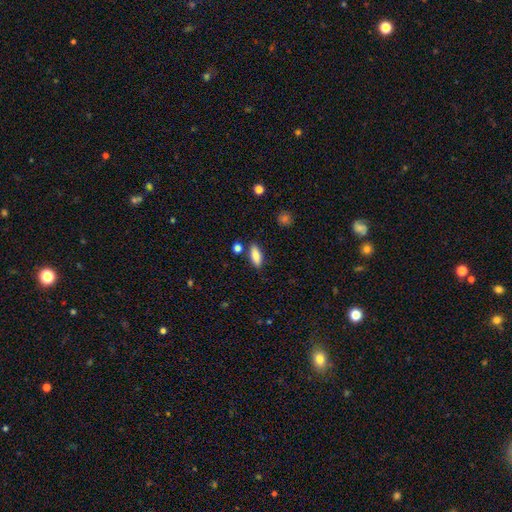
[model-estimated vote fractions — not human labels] smooth_or_featured: smooth (p=0.85) [alt: featured or disk p=0.08]
how_rounded: in between (p=0.74) [alt: cigar-shaped p=0.23]
merging: none (p=0.82) [alt: minor disturbance p=0.11]